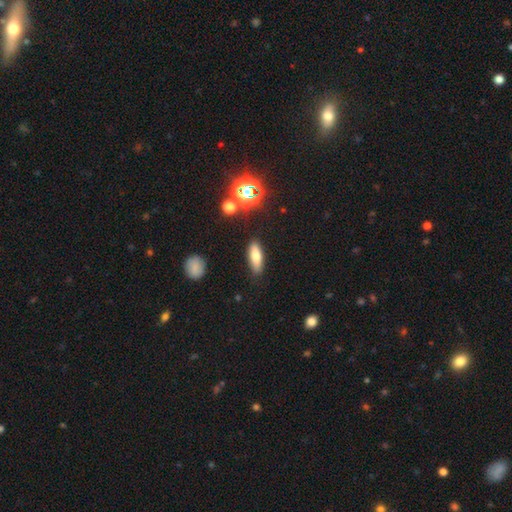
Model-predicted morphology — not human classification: Smooth or featured: smooth — 73% (featured or disk — 17%)
How rounded: in between — 56% (cigar-shaped — 41%)
Merging: none — 85% (minor disturbance — 11%)